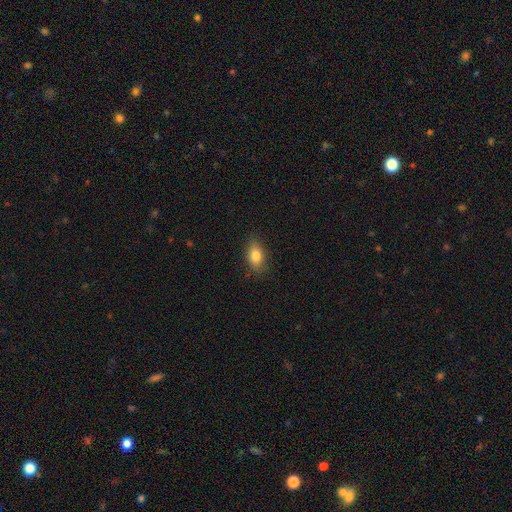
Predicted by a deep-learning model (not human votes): Morphology: type=smooth (81%); roundness=in between (85%); merging=none (85%).